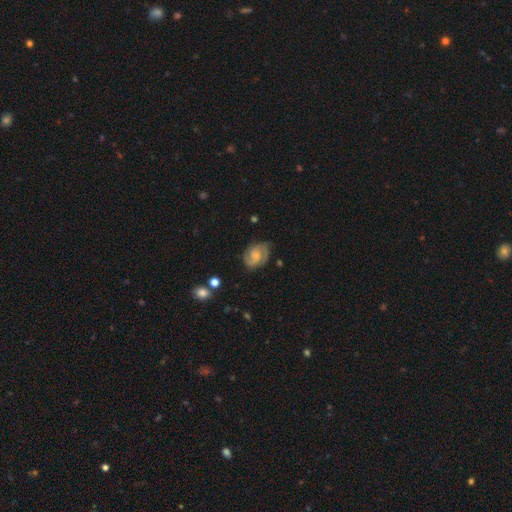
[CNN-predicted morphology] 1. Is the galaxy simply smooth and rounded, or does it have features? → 75% featured or disk, 18% smooth, 7% star or artifact.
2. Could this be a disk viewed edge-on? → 98% no, 2% yes.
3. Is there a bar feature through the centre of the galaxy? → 52% no, 42% weak, 7% strong.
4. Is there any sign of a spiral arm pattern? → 95% yes, 5% no.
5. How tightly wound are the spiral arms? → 48% medium, 39% tight, 13% loose.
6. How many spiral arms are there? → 75% 2, 10% can't tell, 9% 3, 3% 1, 2% 4, 2% more than 4.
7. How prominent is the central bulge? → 42% small, 29% moderate, 24% none, 4% large, 1% dominant.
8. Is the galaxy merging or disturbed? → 74% none, 18% minor disturbance, 6% major disturbance, 2% merger.